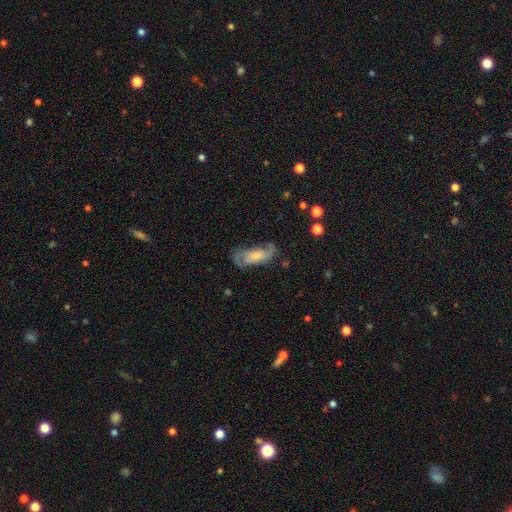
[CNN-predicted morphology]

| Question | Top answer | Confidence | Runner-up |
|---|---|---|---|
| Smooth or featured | featured or disk | 68% | smooth (25%) |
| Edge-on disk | no | 90% | yes (10%) |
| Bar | no | 58% | weak (32%) |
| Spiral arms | yes | 90% | no (10%) |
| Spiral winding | medium | 45% | loose (28%) |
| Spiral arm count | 2 | 70% | can't tell (15%) |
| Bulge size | small | 43% | moderate (35%) |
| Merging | none | 63% | minor disturbance (22%) |